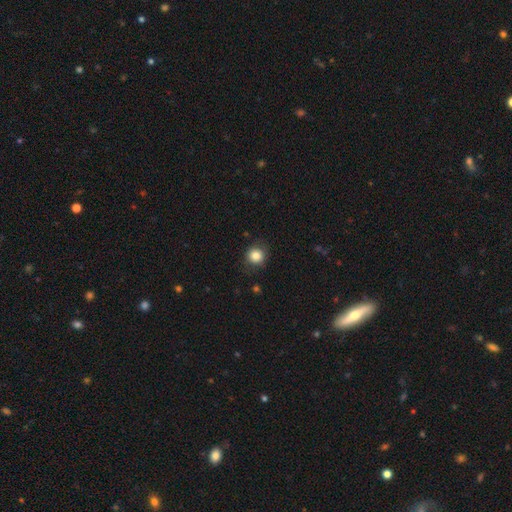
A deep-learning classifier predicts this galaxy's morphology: This appears to be a smooth galaxy with no disk features (84%) that is round (88%). Merging: none (83%).